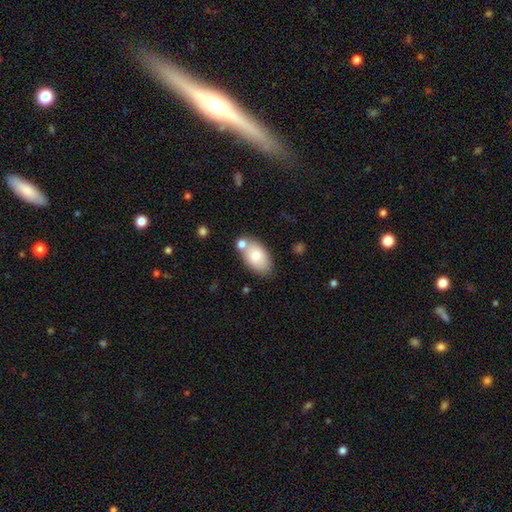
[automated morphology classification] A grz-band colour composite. It shows a smooth galaxy with no disk features (77%) that is in between round and cigar-shaped (94%). Merging: none (66%).